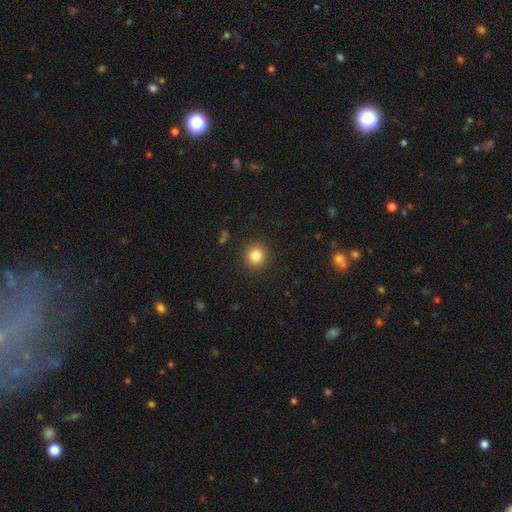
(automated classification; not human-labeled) Smooth or featured? smooth (83%)
How rounded? round (91%)
Merging? none (91%)